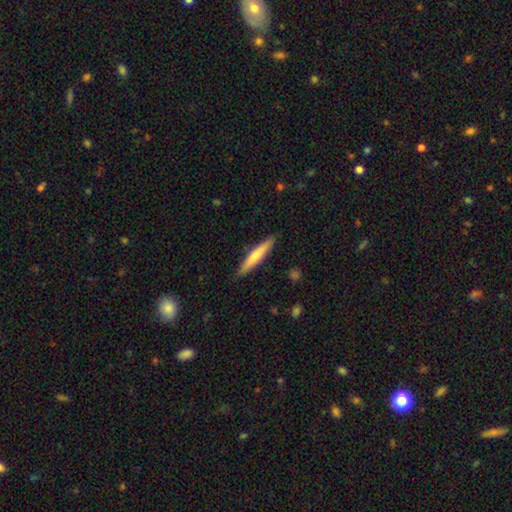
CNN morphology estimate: This appears to be a smooth galaxy with no disk features (63%) that is cigar-shaped (91%). Merging: none (89%).